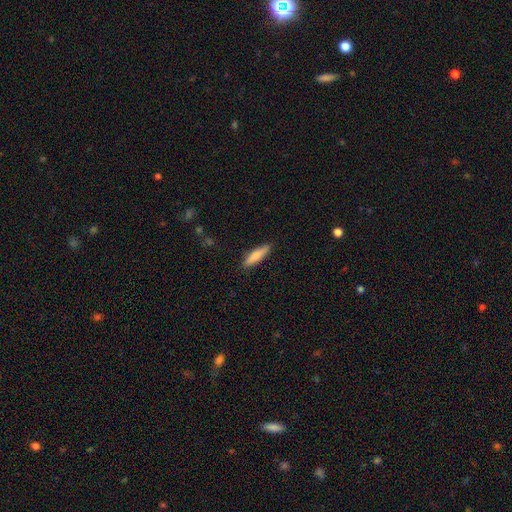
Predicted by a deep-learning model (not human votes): This is likely a smooth galaxy (76%). How rounded: likely cigar-shaped (73%). Merging: clearly none (88%).